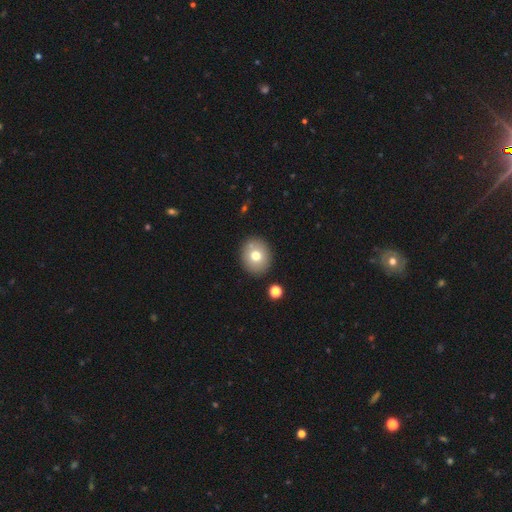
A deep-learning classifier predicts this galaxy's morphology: A smooth galaxy with no disk features (74%) that is round (73%).

Vote fractions:
- Smooth or featured? smooth: 74% / featured or disk: 16% / star or artifact: 10%
- How rounded? round: 73% / in between: 26% / cigar-shaped: 1%
- Merging? none: 86% / minor disturbance: 8% / merger: 4% / major disturbance: 2%